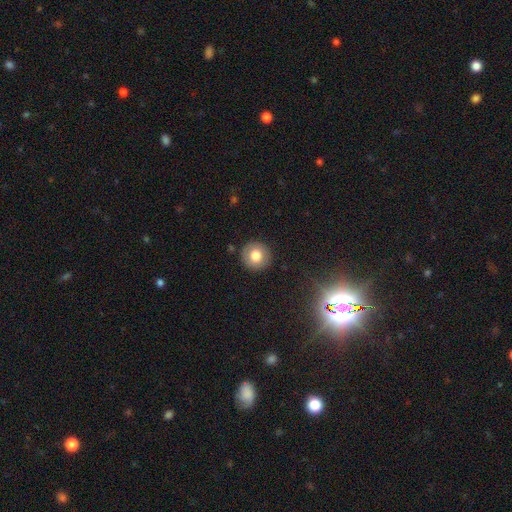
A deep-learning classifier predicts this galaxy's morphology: A smooth galaxy with no disk features (77%) that is round (95%). Merging: none (91%).